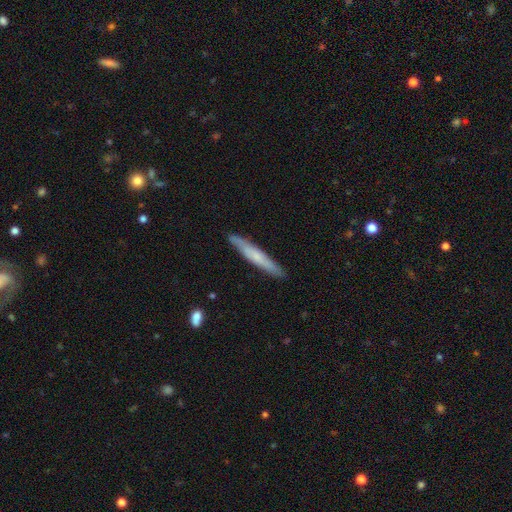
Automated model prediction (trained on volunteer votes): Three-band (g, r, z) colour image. It shows a smooth galaxy with no disk features (52%) that is cigar-shaped (94%). Merging: none (87%).